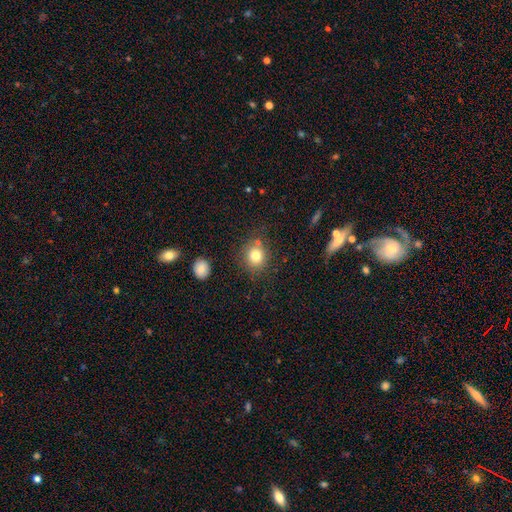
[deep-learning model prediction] Morphology: type=smooth (80%); roundness=round (80%); merging=none (77%).